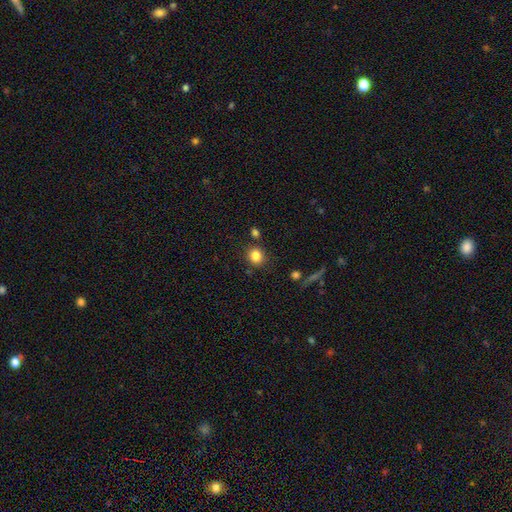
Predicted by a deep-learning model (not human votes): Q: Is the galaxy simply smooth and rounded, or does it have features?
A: smooth — 83%.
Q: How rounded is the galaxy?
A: round — 75%.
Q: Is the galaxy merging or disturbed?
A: none — 80%.